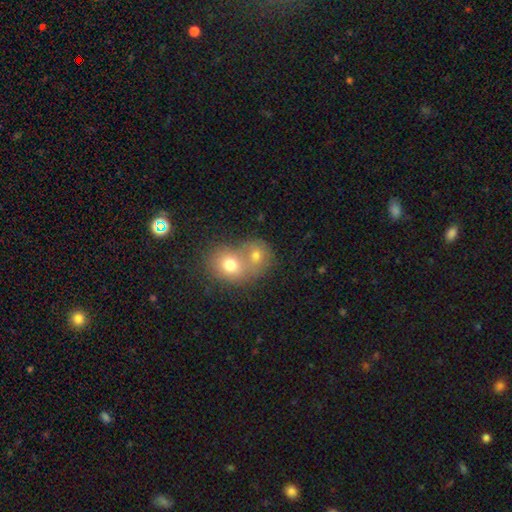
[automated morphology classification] smooth_or_featured: smooth (p=0.71) [alt: featured or disk p=0.17]
how_rounded: round (p=0.68) [alt: in between p=0.31]
merging: merger (p=0.66) [alt: none p=0.25]